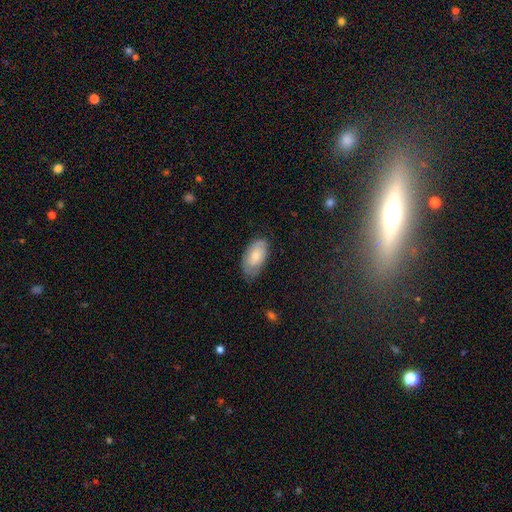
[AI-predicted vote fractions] smooth-or-featured: smooth: 66% | featured or disk: 28% | star or artifact: 6%
  how-rounded: in between: 94% | round: 3% | cigar-shaped: 2%
  merging: none: 66% | minor disturbance: 27% | major disturbance: 6% | merger: 1%